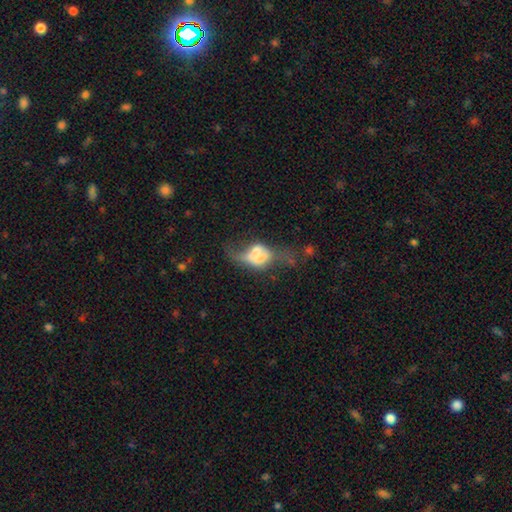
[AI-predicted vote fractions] A featured or disk galaxy (50%).

Vote fractions:
- Smooth or featured? featured or disk: 50% / smooth: 39% / star or artifact: 12%
- Merging? merger: 44% / major disturbance: 28% / none: 16% / minor disturbance: 12%